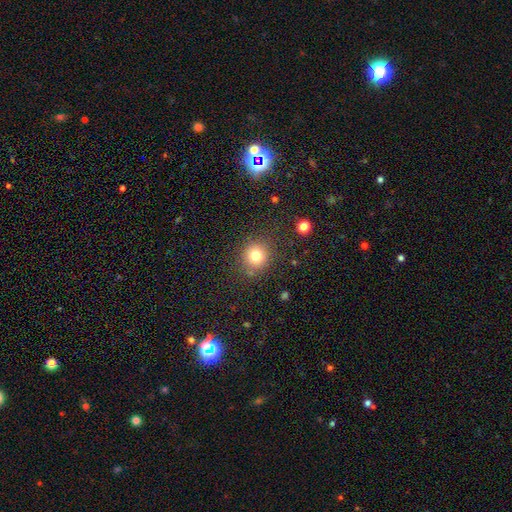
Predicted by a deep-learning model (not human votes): smooth-or-featured: smooth: 79% | star or artifact: 13% | featured or disk: 8%
  how-rounded: round: 88% | in between: 11% | cigar-shaped: 1%
  merging: none: 82% | minor disturbance: 11% | major disturbance: 4% | merger: 3%